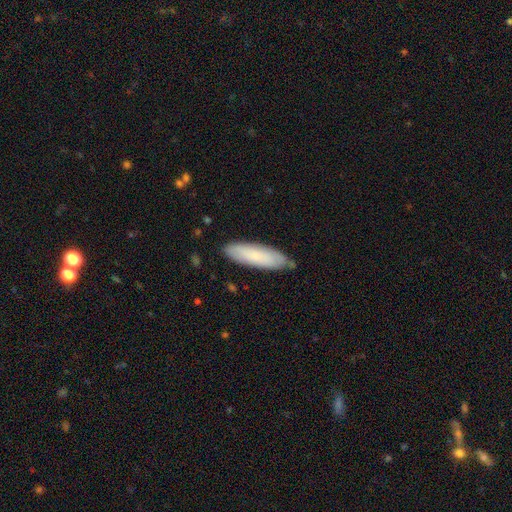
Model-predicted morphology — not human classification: Q: Smooth or featured?
A: smooth (76%); runner-up: featured or disk (18%)
Q: How rounded?
A: cigar-shaped (59%); runner-up: in between (40%)
Q: Merging?
A: none (82%); runner-up: minor disturbance (15%)